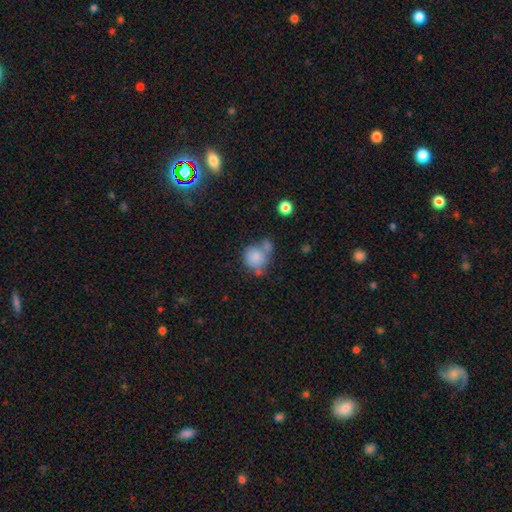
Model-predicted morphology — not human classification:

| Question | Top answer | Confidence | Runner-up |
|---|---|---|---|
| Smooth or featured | smooth | 80% | featured or disk (11%) |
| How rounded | round | 84% | in between (15%) |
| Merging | none | 44% | merger (32%) |